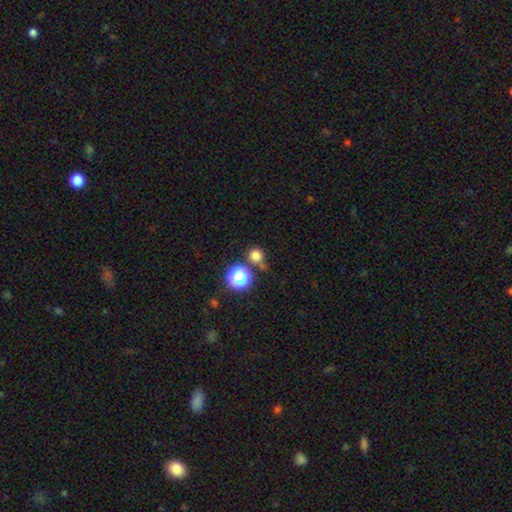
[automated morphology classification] Smooth or featured? Predicted: smooth (p=0.75). How rounded? Predicted: round (p=0.92). Merging? Predicted: none (p=0.69).